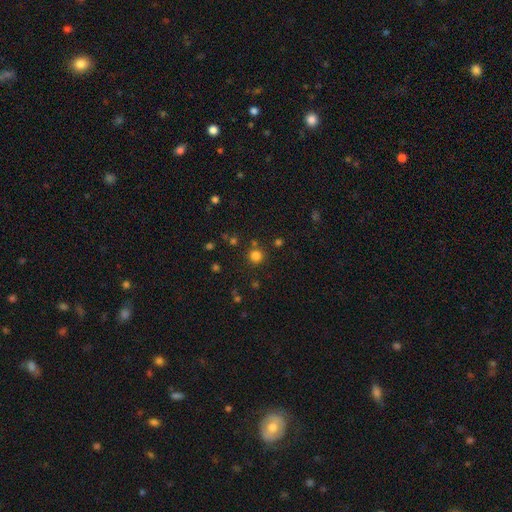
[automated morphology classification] Q: Smooth or featured?
A: smooth (78%); runner-up: star or artifact (17%)
Q: How rounded?
A: round (94%); runner-up: in between (5%)
Q: Merging?
A: none (83%); runner-up: minor disturbance (7%)